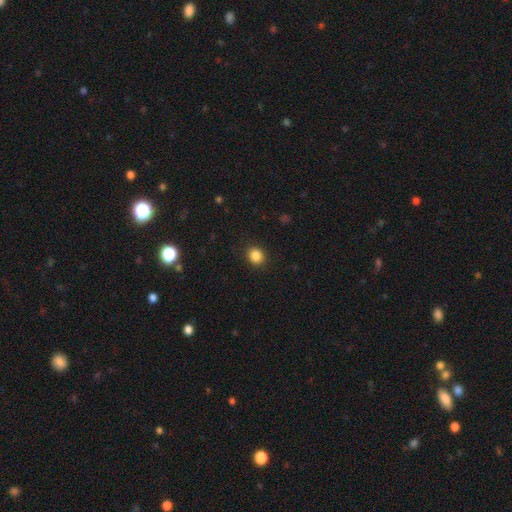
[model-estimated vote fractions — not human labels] smooth_or_featured: smooth (p=0.86) [alt: star or artifact p=0.11]
how_rounded: round (p=0.74) [alt: in between p=0.25]
merging: none (p=0.90) [alt: minor disturbance p=0.07]